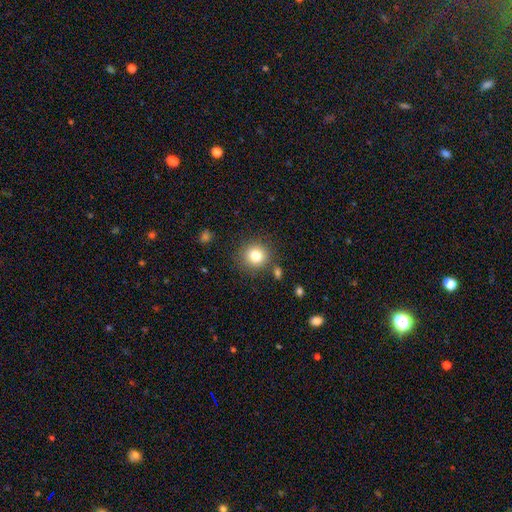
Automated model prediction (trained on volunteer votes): Morphology: type=smooth (81%); roundness=round (89%); merging=none (82%).